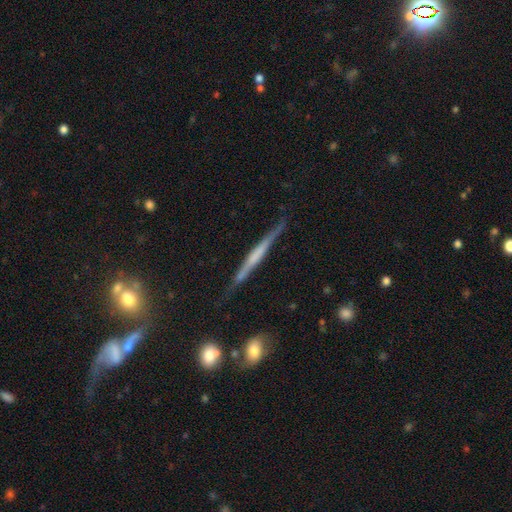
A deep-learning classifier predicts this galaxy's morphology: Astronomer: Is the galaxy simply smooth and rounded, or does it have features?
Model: featured or disk — 67%.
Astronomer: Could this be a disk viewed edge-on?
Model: yes — 96%.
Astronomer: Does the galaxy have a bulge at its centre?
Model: none — 52%.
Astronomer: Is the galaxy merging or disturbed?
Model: none — 82%.